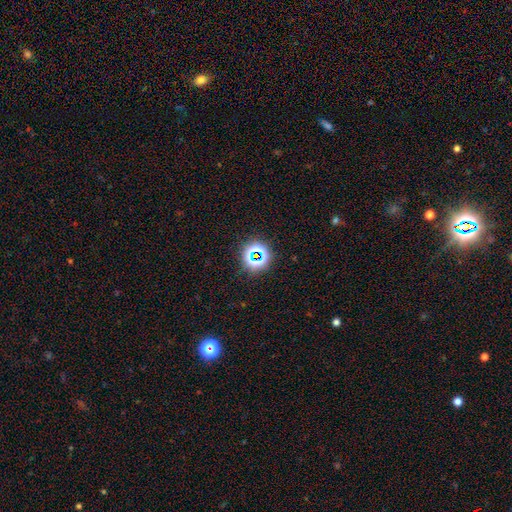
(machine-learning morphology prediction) Smooth or featured? star or artifact (65%)